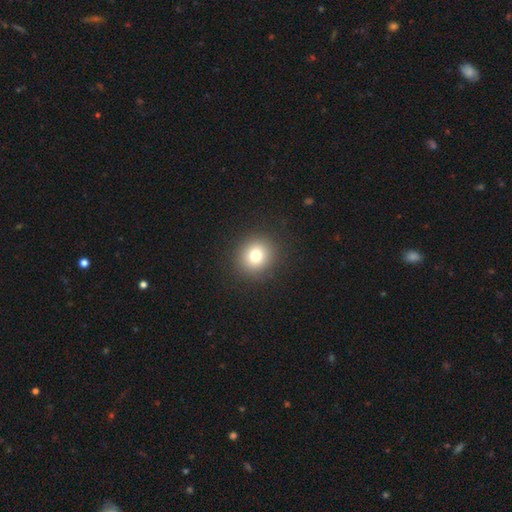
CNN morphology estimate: smooth_or_featured: smooth (p=0.79) [alt: star or artifact p=0.12]
how_rounded: round (p=0.86) [alt: in between p=0.13]
merging: none (p=0.90) [alt: minor disturbance p=0.06]